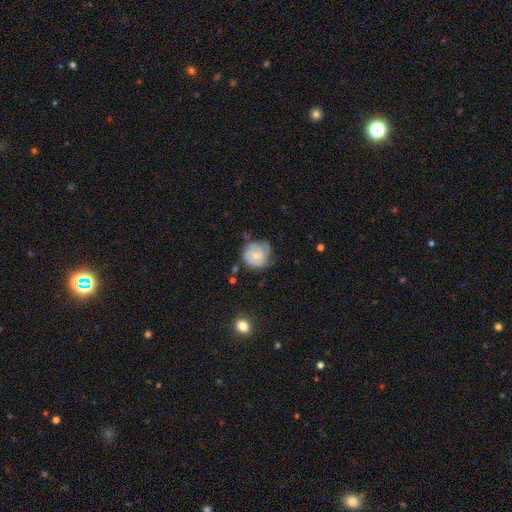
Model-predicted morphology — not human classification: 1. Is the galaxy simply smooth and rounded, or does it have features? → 51% featured or disk, 41% smooth, 7% star or artifact.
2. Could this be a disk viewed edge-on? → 98% no, 2% yes.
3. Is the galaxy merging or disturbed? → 56% none, 30% minor disturbance, 11% major disturbance, 3% merger.